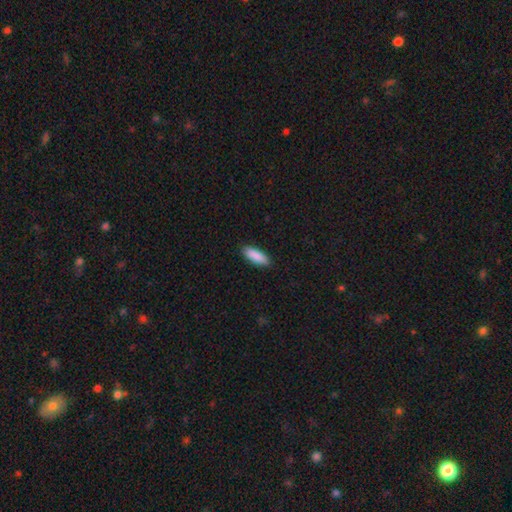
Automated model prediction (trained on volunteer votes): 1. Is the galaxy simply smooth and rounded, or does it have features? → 90% smooth, 6% star or artifact, 4% featured or disk.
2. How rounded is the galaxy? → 62% in between, 37% cigar-shaped, 2% round.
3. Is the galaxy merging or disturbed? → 90% none, 8% minor disturbance, 2% major disturbance, 1% merger.